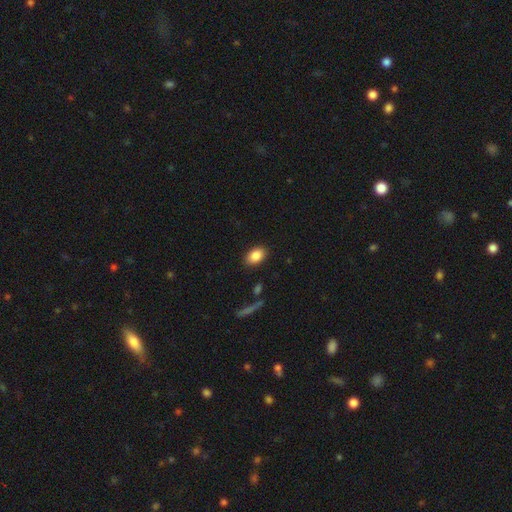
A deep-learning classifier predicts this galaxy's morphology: Q: Smooth or featured?
A: smooth (87%); runner-up: star or artifact (8%)
Q: How rounded?
A: in between (88%); runner-up: round (11%)
Q: Merging?
A: none (87%); runner-up: minor disturbance (9%)